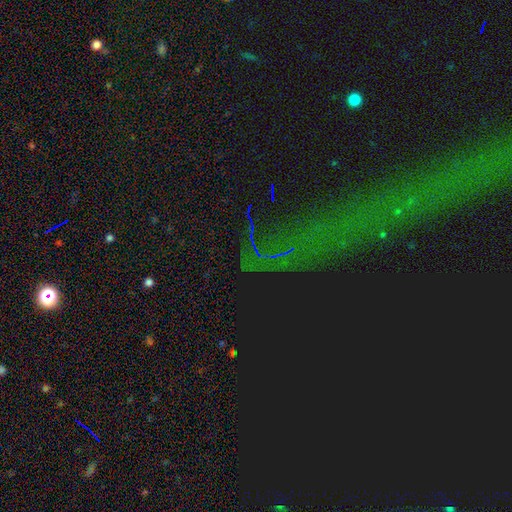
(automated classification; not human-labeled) Overall: star or artifact (76%).